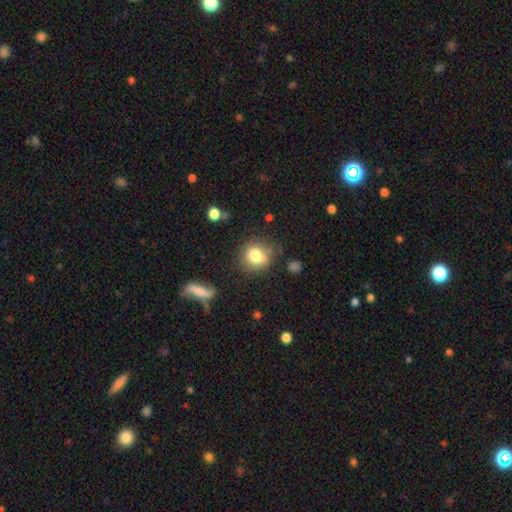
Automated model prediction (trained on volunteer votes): A smooth galaxy with no disk features (79%) that is round (79%). Merging: none (72%).